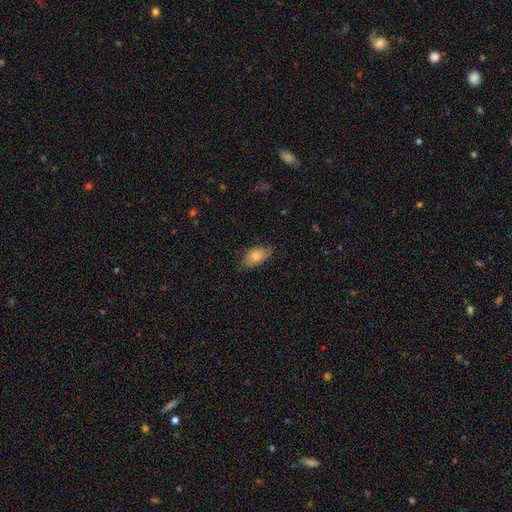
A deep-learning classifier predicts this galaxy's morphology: Smooth or featured?
  - smooth: 63% *
  - featured or disk: 28%
  - star or artifact: 8%
How rounded?
  - in between: 89% *
  - round: 7%
  - cigar-shaped: 3%
Merging?
  - none: 67% *
  - minor disturbance: 25%
  - major disturbance: 6%
  - merger: 1%